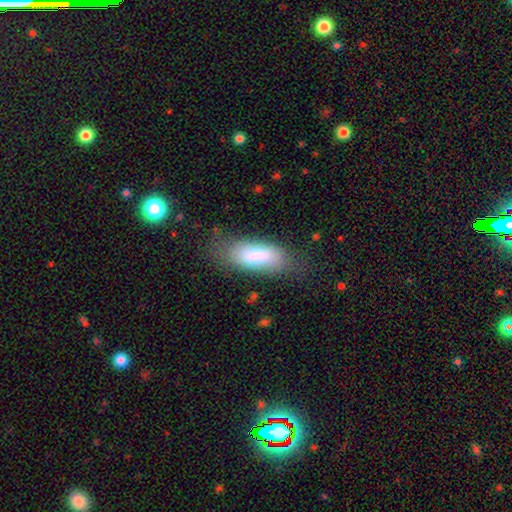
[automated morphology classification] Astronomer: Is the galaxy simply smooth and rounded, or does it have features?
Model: smooth — 78%.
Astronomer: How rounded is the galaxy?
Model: in between — 78%.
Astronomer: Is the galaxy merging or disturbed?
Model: none — 64%.